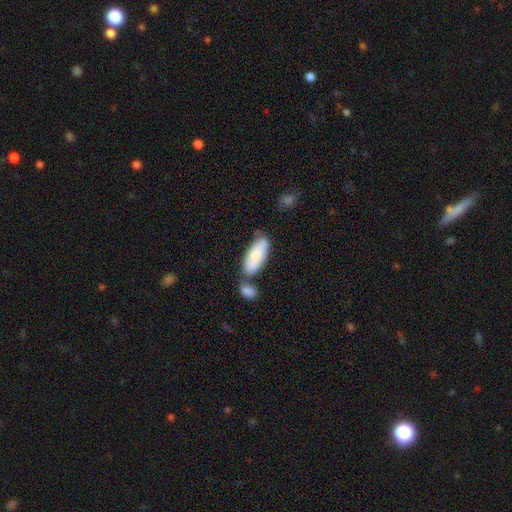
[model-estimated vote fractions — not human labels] Smooth or featured: smooth — 81% (featured or disk — 14%)
How rounded: in between — 76% (cigar-shaped — 22%)
Merging: none — 55% (merger — 25%)